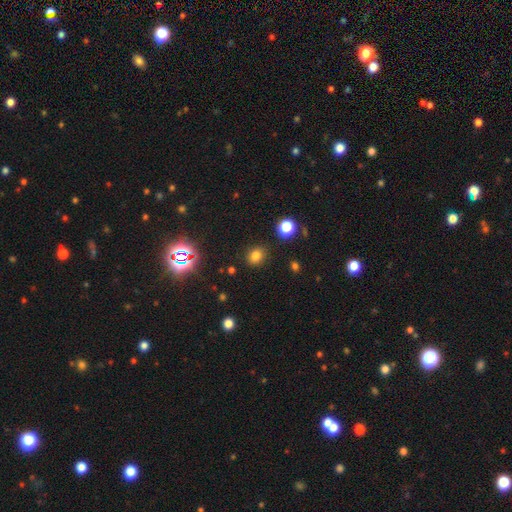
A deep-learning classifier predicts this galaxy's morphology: Smooth or featured? smooth (76%)
How rounded? round (60%)
Merging? none (85%)